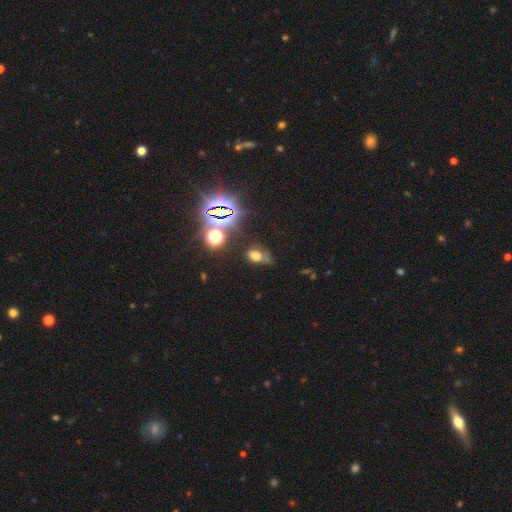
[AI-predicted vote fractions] Smooth or featured? Predicted: smooth (p=0.57). How rounded? Predicted: in between (p=0.78). Merging? Predicted: none (p=0.40).